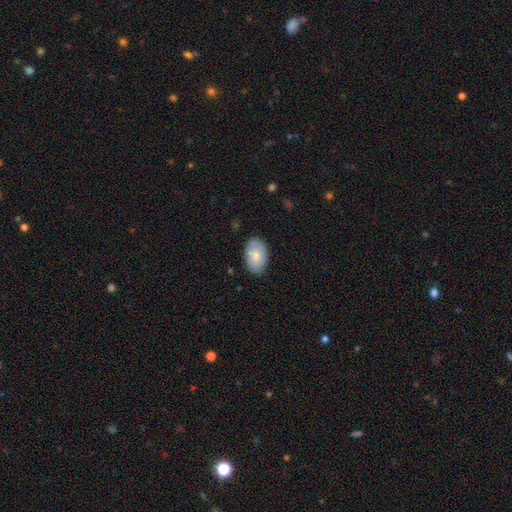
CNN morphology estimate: Overall: smooth (79%). How rounded: in between (93%). Merging: none (84%).